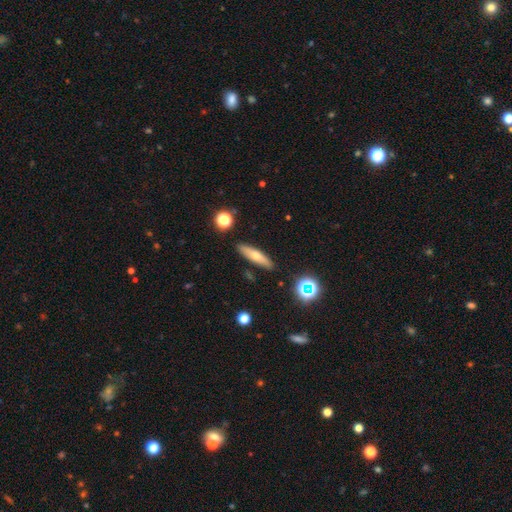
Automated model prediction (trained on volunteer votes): Morphology: type=smooth (57%); roundness=cigar-shaped (72%); merging=none (87%).